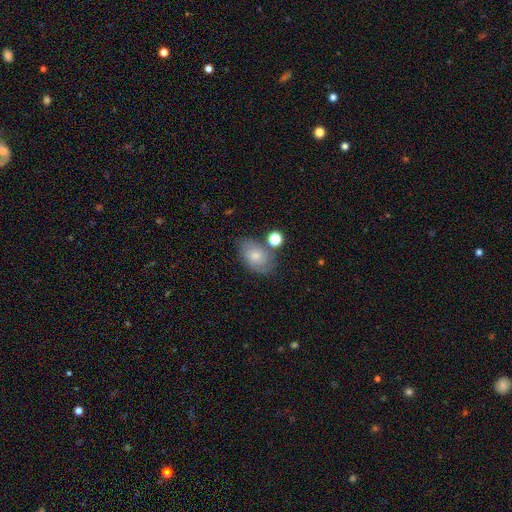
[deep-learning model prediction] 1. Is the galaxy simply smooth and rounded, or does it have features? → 58% smooth, 32% featured or disk, 10% star or artifact.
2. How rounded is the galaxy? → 81% in between, 18% round, 2% cigar-shaped.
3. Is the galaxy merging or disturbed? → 58% none, 21% minor disturbance, 12% merger, 8% major disturbance.